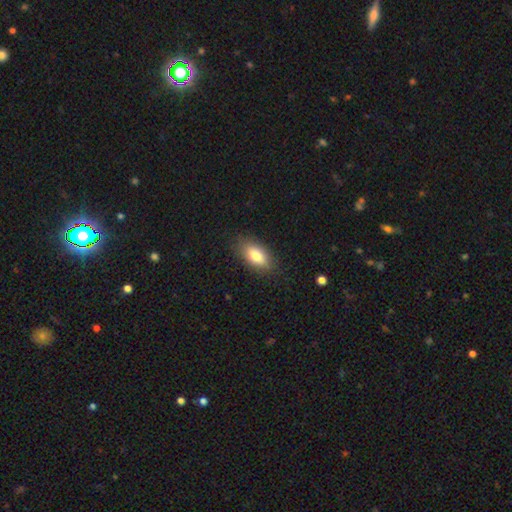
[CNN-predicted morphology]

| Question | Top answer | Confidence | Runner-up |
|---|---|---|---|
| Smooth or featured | smooth | 79% | featured or disk (13%) |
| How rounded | in between | 89% | cigar-shaped (7%) |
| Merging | none | 86% | minor disturbance (10%) |